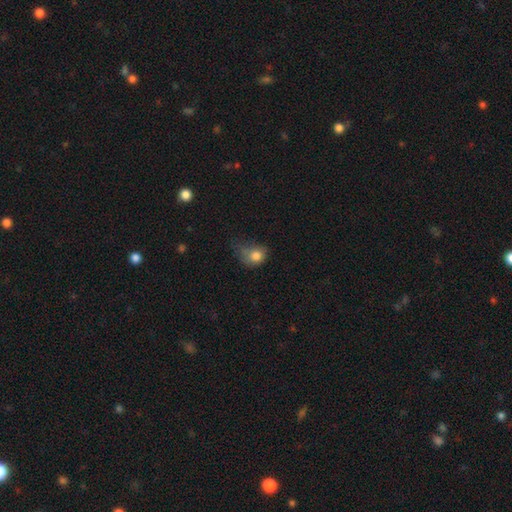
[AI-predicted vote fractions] smooth_or_featured: smooth (p=0.78) [alt: featured or disk p=0.12]
how_rounded: round (p=0.52) [alt: in between p=0.46]
merging: major disturbance (p=0.37) [alt: minor disturbance p=0.35]